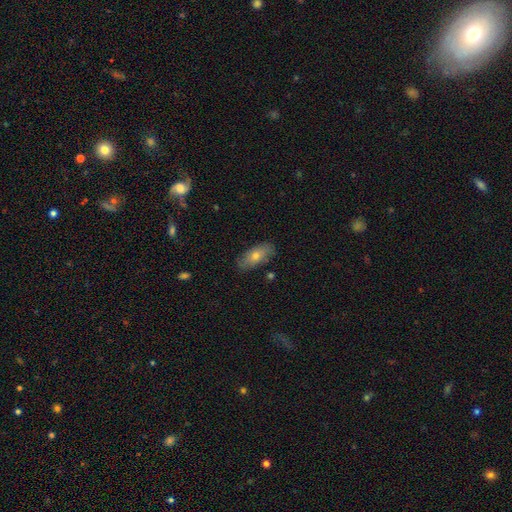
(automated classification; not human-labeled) Smooth or featured? smooth (63%)
How rounded? in between (80%)
Merging? none (84%)